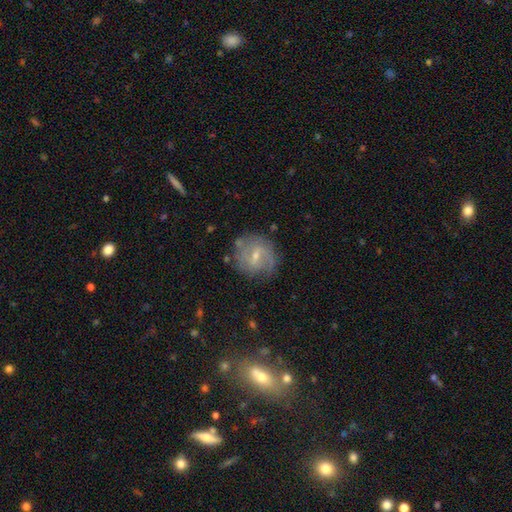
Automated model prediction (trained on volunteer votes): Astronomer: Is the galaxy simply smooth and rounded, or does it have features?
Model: featured or disk — 65%.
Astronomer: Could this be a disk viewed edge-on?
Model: no — 96%.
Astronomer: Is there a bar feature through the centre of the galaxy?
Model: weak — 59%.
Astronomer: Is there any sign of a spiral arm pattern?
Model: yes — 77%.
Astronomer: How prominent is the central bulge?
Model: small — 56% (runner-up: moderate, 38%).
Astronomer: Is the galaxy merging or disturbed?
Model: none — 69%.